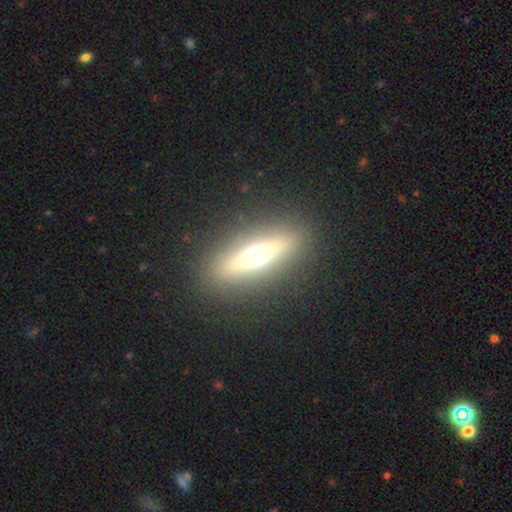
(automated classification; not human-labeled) The model was most divided on "smooth or featured": featured or disk: 51%, smooth: 40%, star or artifact: 9%. More confident: merging — none (89%); edge-on disk — yes (83%).